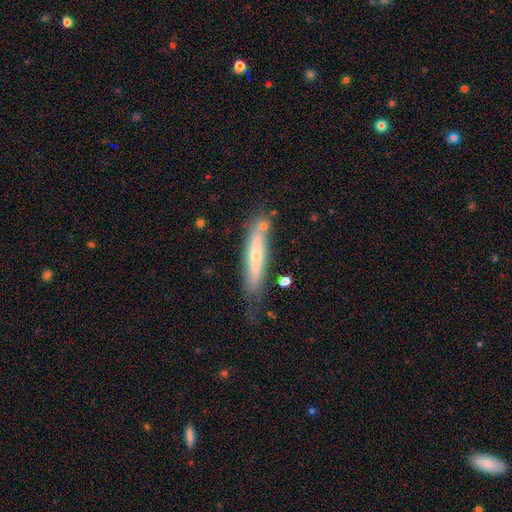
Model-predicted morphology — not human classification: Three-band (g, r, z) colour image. It shows a featured or disk galaxy (47%, tied with smooth). Merging: none (66%).